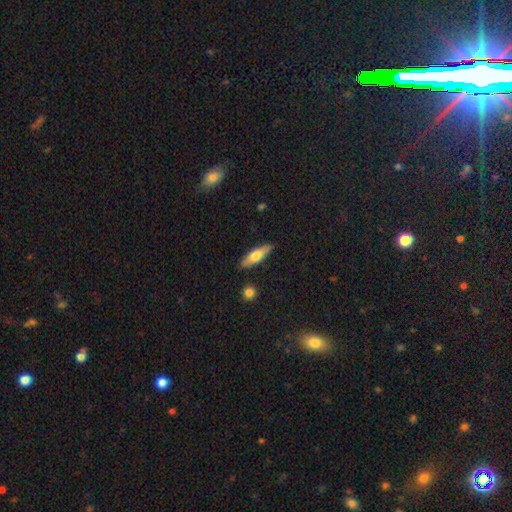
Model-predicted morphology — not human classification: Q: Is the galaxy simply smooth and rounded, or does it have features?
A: smooth — 60%.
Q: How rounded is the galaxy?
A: cigar-shaped — 55%.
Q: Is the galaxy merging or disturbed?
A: none — 87%.